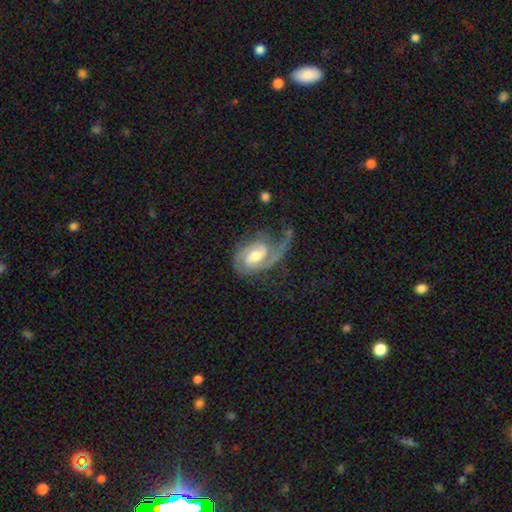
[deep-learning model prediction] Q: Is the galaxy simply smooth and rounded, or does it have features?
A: featured or disk — 86%.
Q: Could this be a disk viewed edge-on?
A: no — 97%.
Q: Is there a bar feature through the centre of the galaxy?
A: weak — 49%.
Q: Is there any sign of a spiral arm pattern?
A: yes — 96%.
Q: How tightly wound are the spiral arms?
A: medium — 43%.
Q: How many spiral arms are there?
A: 2 — 64%.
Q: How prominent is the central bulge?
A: moderate — 68%.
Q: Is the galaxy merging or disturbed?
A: major disturbance — 37%.